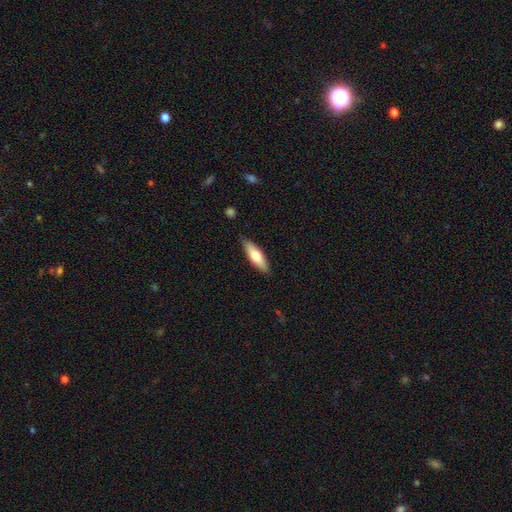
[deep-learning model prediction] Morphology: type=smooth (66%); roundness=cigar-shaped (51%); merging=none (86%).